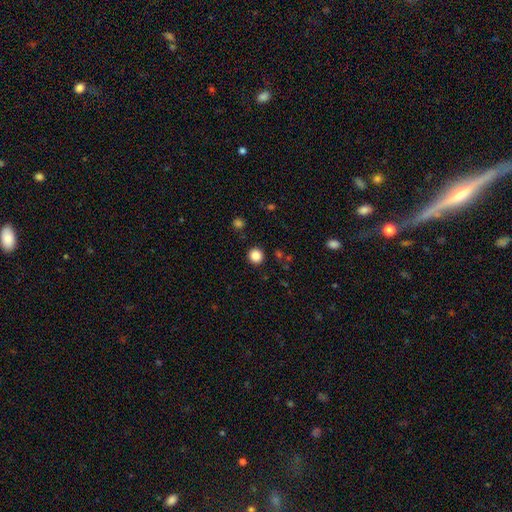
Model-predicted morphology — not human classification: Smooth or featured: smooth — 85% (star or artifact — 11%)
How rounded: round — 94% (in between — 5%)
Merging: none — 92% (minor disturbance — 5%)